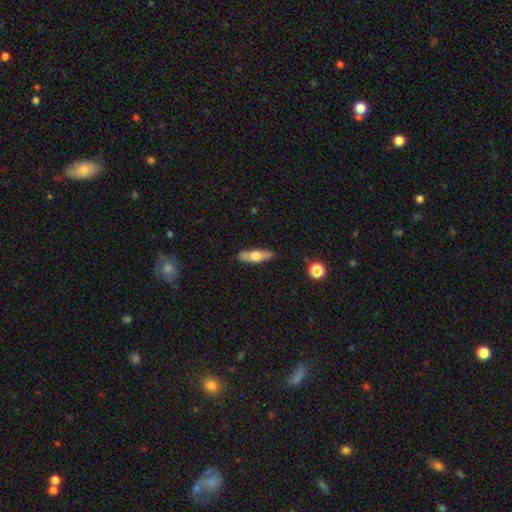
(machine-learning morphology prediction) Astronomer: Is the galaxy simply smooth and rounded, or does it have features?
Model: smooth — 57% (runner-up: featured or disk, 36%).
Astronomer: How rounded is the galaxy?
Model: cigar-shaped — 60% (runner-up: in between, 38%).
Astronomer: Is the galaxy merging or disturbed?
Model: none — 84%.